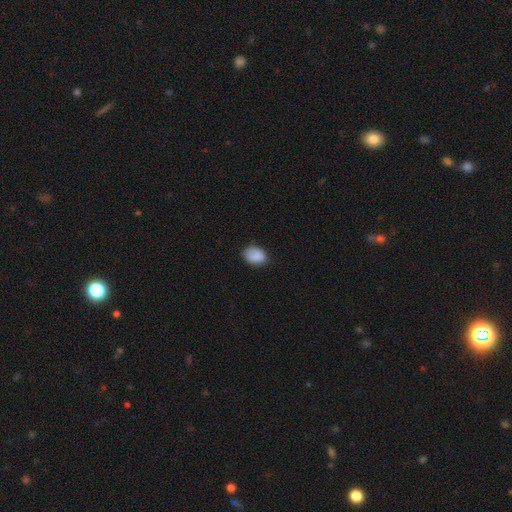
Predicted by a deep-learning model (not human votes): Q: Smooth or featured?
A: smooth (87%); runner-up: star or artifact (8%)
Q: How rounded?
A: in between (75%); runner-up: round (24%)
Q: Merging?
A: none (75%); runner-up: minor disturbance (20%)